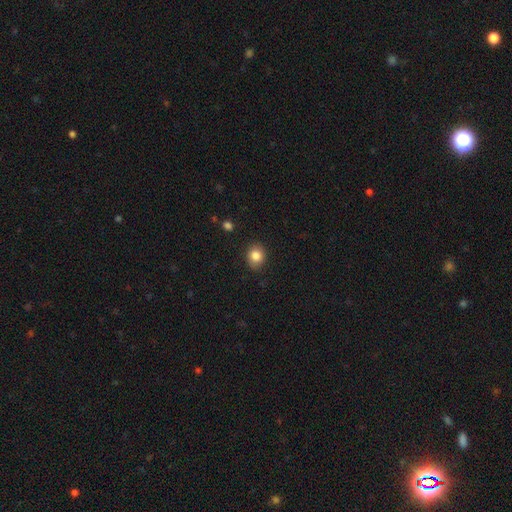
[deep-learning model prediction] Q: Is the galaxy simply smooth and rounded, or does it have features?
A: smooth — 84%.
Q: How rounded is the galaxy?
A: round — 64%.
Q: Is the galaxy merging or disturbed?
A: none — 86%.